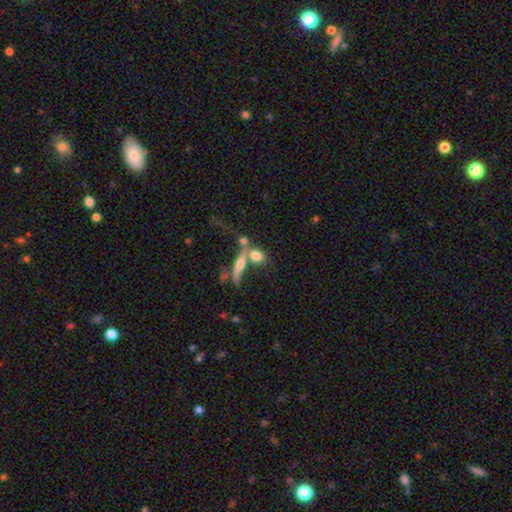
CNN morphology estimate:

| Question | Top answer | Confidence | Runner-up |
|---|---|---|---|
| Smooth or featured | smooth | 65% | featured or disk (24%) |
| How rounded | in between | 46% | round (35%) |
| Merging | none | 41% | merger (40%) |